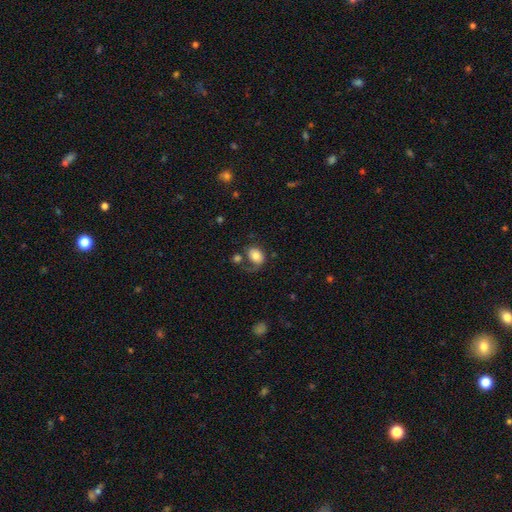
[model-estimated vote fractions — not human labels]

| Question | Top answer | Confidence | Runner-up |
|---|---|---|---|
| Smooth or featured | smooth | 76% | featured or disk (16%) |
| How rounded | in between | 68% | round (31%) |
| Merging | none | 44% | minor disturbance (21%) |